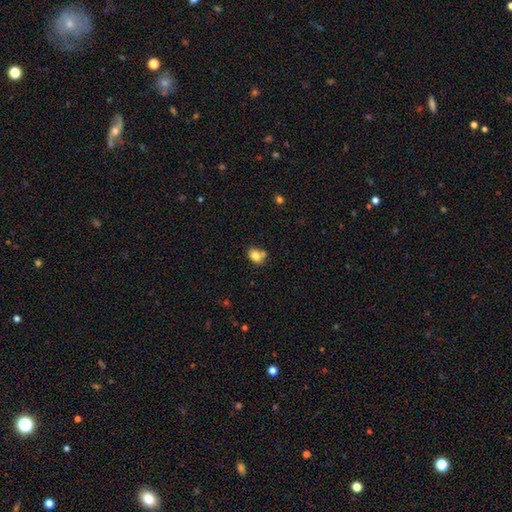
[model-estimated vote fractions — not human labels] Smooth or featured: smooth — 80% (star or artifact — 10%)
How rounded: in between — 64% (round — 35%)
Merging: none — 54% (merger — 24%)